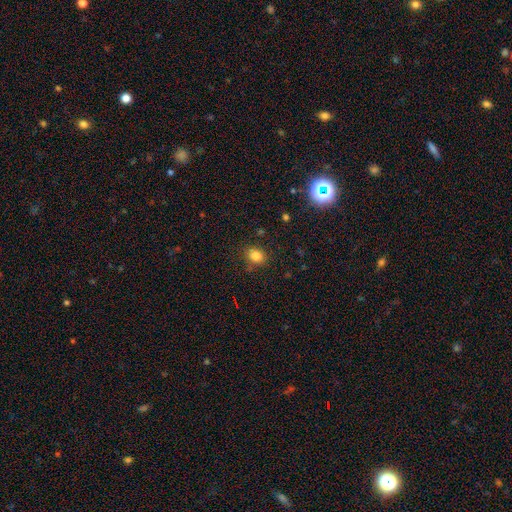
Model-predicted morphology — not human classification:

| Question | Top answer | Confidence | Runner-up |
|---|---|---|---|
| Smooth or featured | smooth | 82% | star or artifact (12%) |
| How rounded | round | 52% | in between (47%) |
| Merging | none | 82% | minor disturbance (12%) |